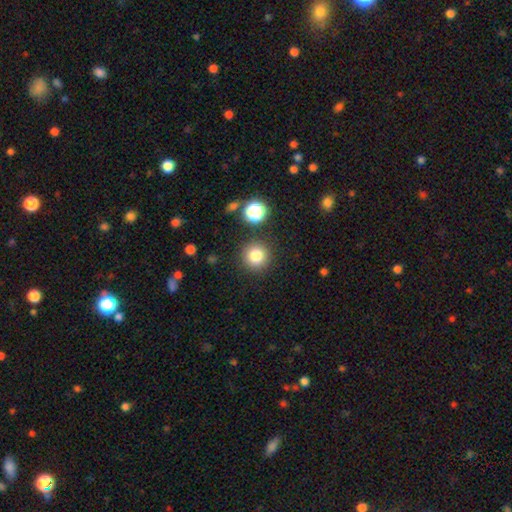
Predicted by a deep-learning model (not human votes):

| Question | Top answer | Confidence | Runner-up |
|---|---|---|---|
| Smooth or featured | smooth | 80% | star or artifact (13%) |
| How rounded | round | 95% | in between (4%) |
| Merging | none | 87% | minor disturbance (7%) |